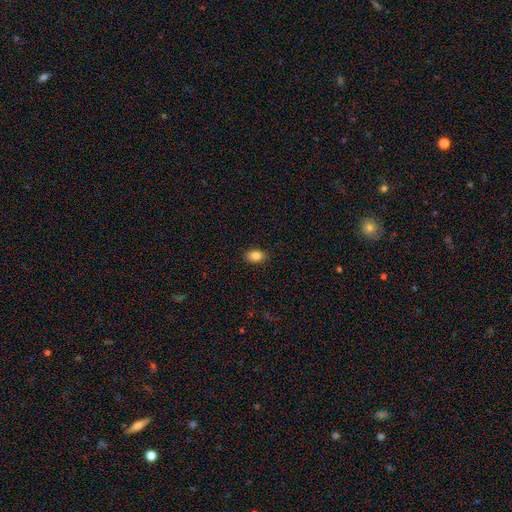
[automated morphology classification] Smooth or featured? smooth (86%)
How rounded? in between (85%)
Merging? none (88%)